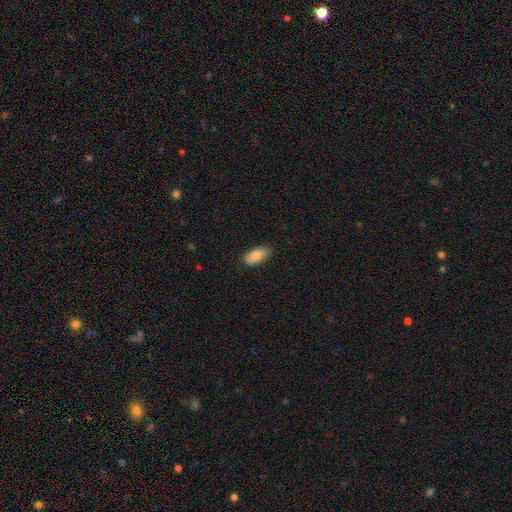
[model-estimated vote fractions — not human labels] Morphology: type=smooth (87%); roundness=in between (90%); merging=none (79%).